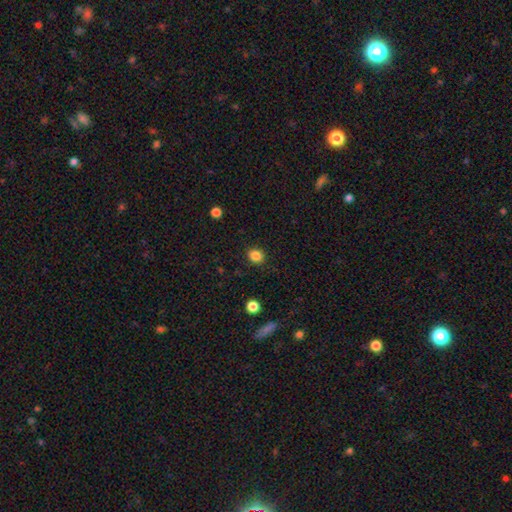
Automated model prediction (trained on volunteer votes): The model was most divided on "how rounded": round: 70%, in between: 29%, cigar-shaped: 1%. More confident: merging — none (89%); smooth or featured — smooth (85%).